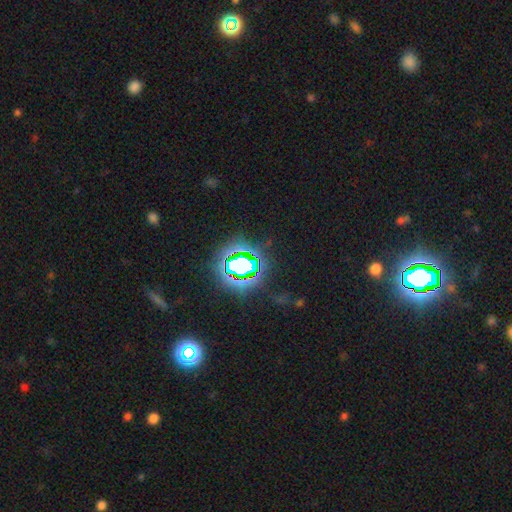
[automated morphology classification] type=star or artifact (82%).